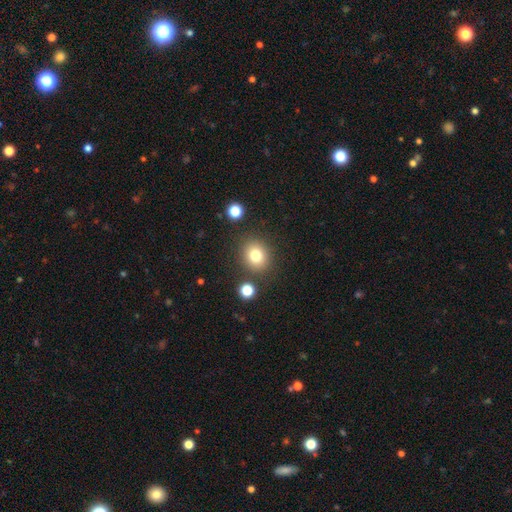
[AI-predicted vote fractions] This is likely a smooth galaxy (78%). How rounded: likely round (77%). Merging: clearly none (84%).